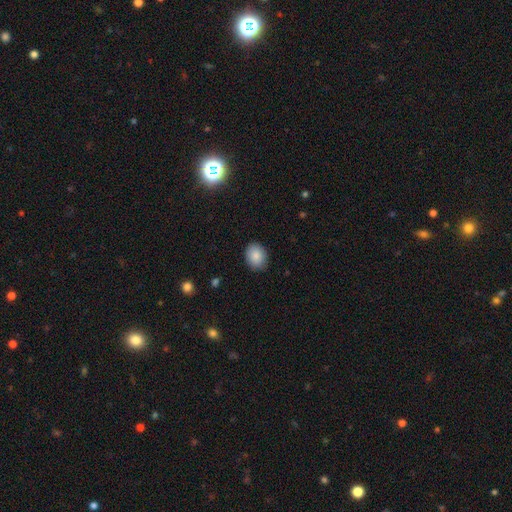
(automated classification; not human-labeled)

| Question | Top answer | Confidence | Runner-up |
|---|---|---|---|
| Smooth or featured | smooth | 86% | star or artifact (8%) |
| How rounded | in between | 55% | round (44%) |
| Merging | none | 87% | minor disturbance (10%) |